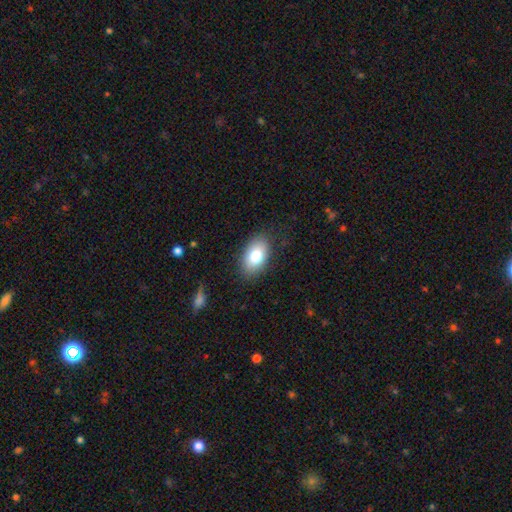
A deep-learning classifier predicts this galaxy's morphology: Smooth or featured: smooth — 81% (featured or disk — 11%)
How rounded: in between — 92% (round — 6%)
Merging: none — 83% (minor disturbance — 12%)